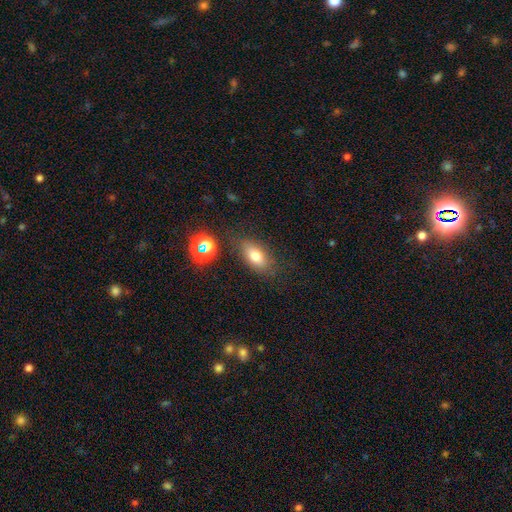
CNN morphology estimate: This appears to be a smooth galaxy with no disk features (73%) that is in between round and cigar-shaped (81%). Merging: none (76%).